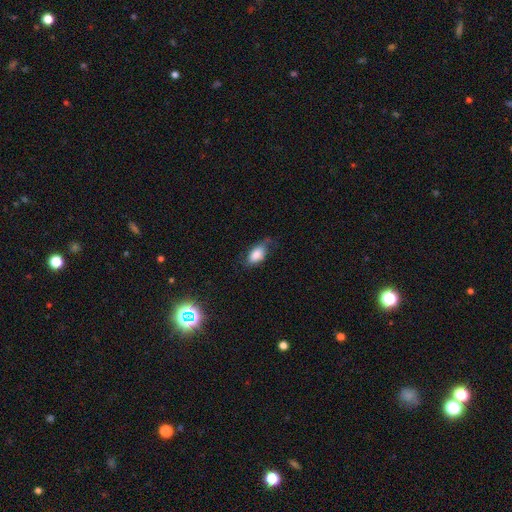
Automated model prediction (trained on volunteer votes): This is likely a smooth galaxy (75%). How rounded: clearly in between (89%). Merging: possibly none (48%).